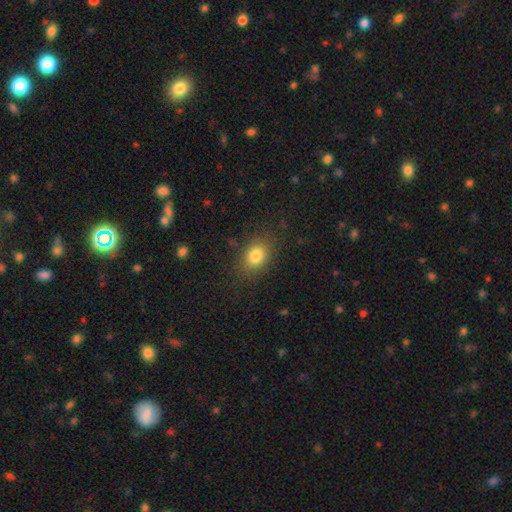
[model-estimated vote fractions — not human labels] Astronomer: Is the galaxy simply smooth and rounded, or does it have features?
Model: smooth — 81%.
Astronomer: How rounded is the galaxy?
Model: in between — 60% (runner-up: round, 39%).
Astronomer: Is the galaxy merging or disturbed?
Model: none — 81%.